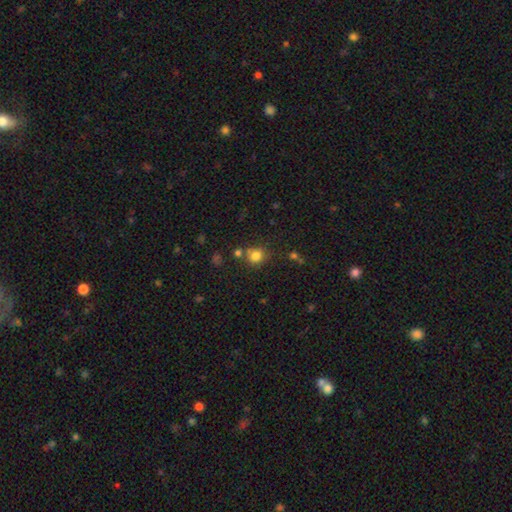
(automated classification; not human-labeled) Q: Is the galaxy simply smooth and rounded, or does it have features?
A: smooth — 80%.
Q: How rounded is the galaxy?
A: round — 85%.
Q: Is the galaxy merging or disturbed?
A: none — 70%.